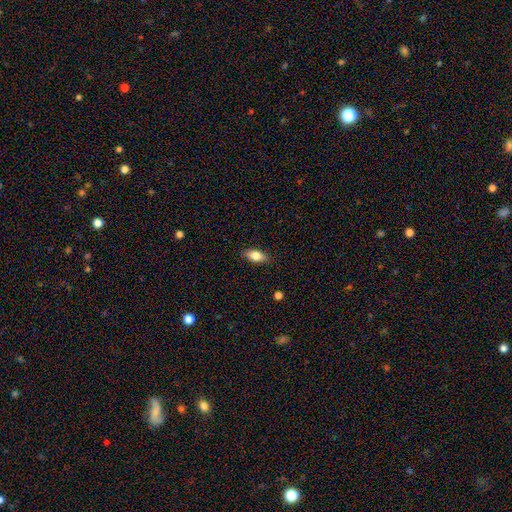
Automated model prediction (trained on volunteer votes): Morphology: type=smooth (78%); roundness=in between (85%); merging=none (83%).